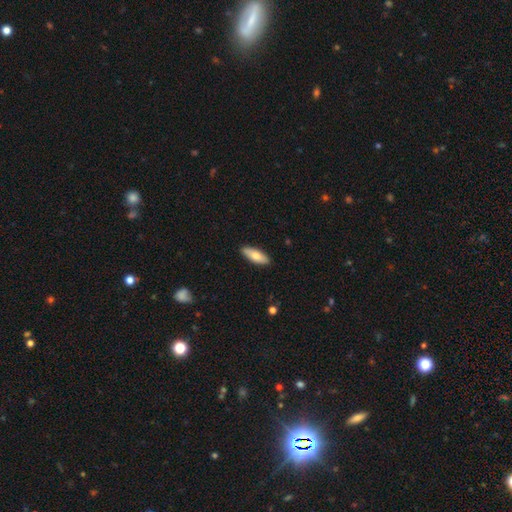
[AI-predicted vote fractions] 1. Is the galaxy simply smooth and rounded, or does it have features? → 75% smooth, 20% featured or disk, 6% star or artifact.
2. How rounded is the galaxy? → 68% in between, 30% cigar-shaped, 2% round.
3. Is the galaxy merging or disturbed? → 89% none, 9% minor disturbance, 2% major disturbance, 1% merger.